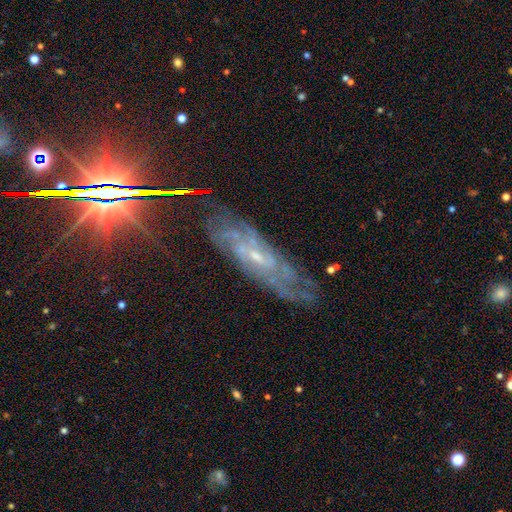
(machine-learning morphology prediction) This appears to be a featured or disk galaxy (78%) with a weak bar (45%), tight (56%) spiral arms (91%) and a small central bulge (71%). Merging: none (70%).